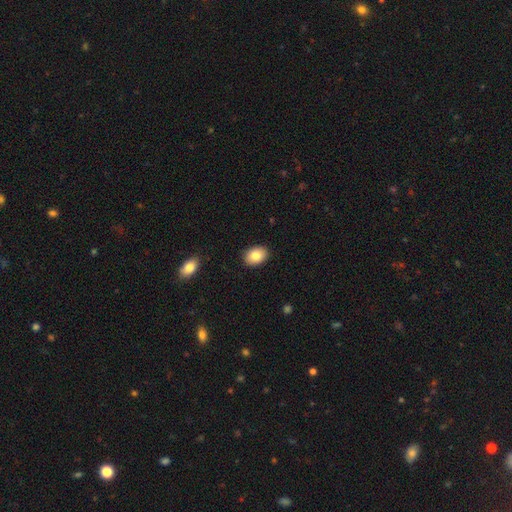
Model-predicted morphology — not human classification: Overall: smooth (83%). How rounded: in between (79%). Merging: none (90%).